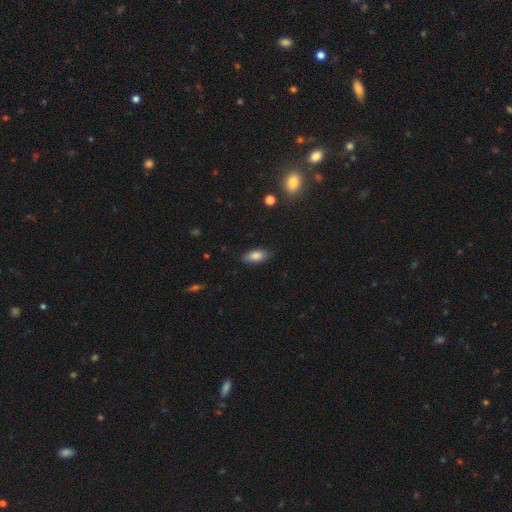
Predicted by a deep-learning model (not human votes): smooth 83%, featured or disk 9%, star or artifact 8%. Down the decision tree: how rounded — in between (86%); merging — none (84%).